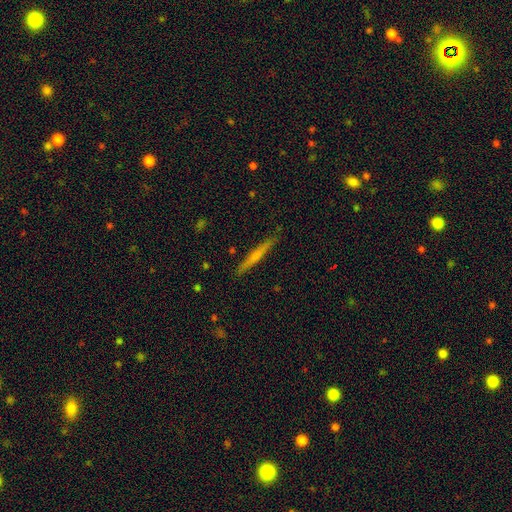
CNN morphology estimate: Smooth or featured?
  - featured or disk: 50% *
  - smooth: 44%
  - star or artifact: 6%
Edge-on disk?
  - yes: 97% *
  - no: 3%
Merging?
  - none: 90% *
  - minor disturbance: 7%
  - major disturbance: 1%
  - merger: 1%